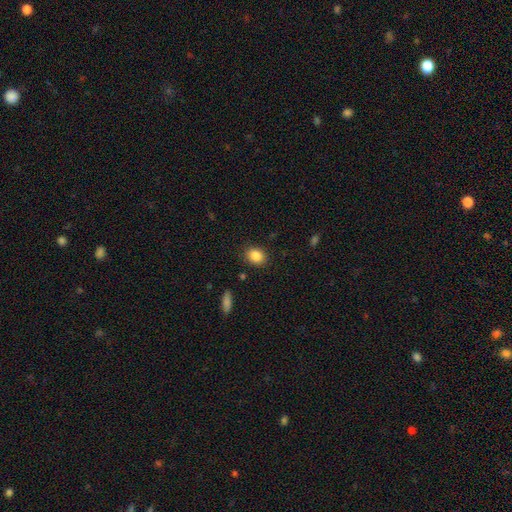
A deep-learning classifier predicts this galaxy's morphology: A smooth galaxy with no disk features (86%) that is in between round and cigar-shaped (54%). Merging: none (86%).